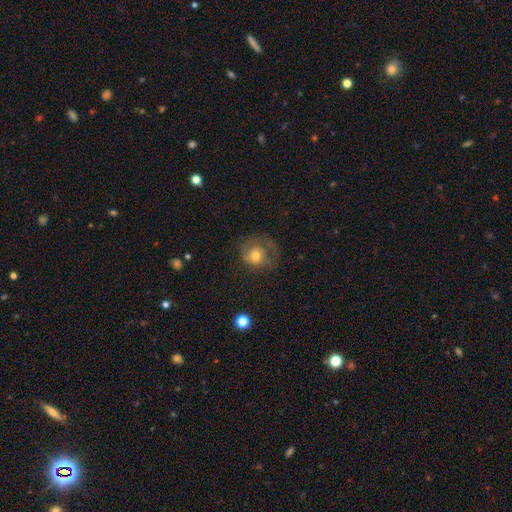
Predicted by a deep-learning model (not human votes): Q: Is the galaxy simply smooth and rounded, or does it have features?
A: smooth — 59%.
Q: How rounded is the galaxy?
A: round — 75%.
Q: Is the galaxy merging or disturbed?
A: none — 47%.